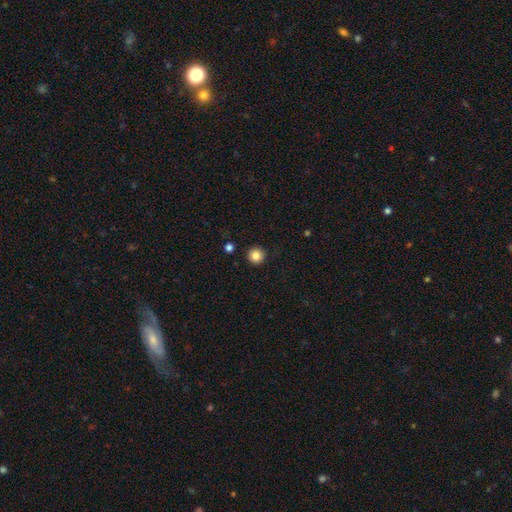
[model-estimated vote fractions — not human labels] Q: Smooth or featured?
A: smooth (85%); runner-up: star or artifact (10%)
Q: How rounded?
A: round (96%); runner-up: in between (3%)
Q: Merging?
A: none (93%); runner-up: minor disturbance (4%)